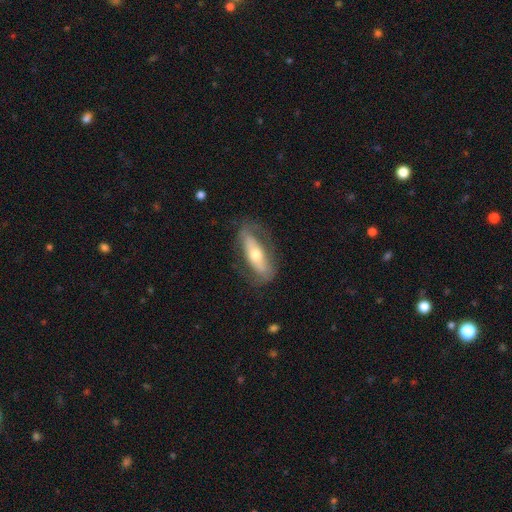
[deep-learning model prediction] A featured or disk galaxy (55%). Merging: none (70%).